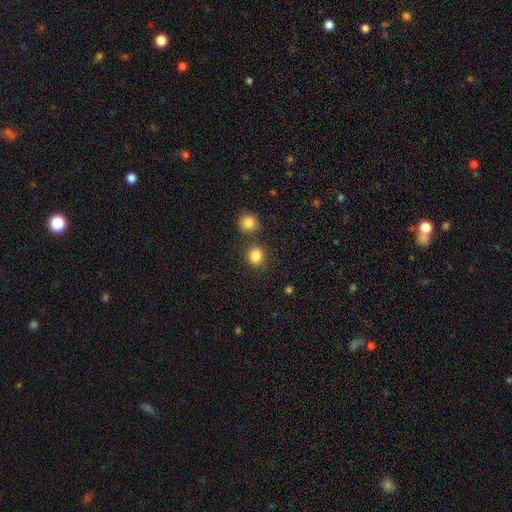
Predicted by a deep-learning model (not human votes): smooth 85%, star or artifact 11%, featured or disk 5%. Down the decision tree: how rounded — round (78%); merging — none (79%).